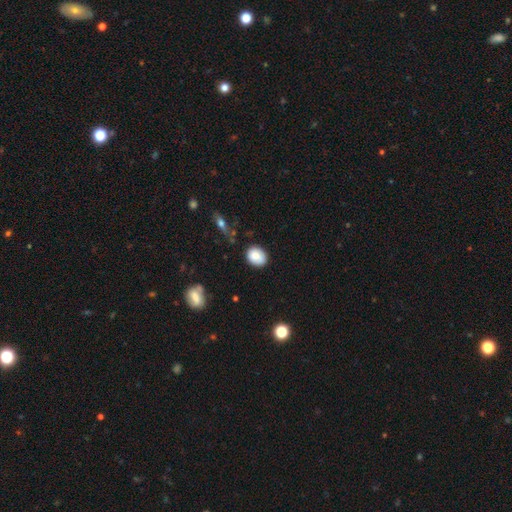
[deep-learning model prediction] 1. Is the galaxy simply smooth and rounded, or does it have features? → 78% smooth, 13% featured or disk, 9% star or artifact.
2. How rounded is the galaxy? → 53% round, 45% in between, 1% cigar-shaped.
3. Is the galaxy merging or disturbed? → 81% none, 13% minor disturbance, 3% major disturbance, 2% merger.